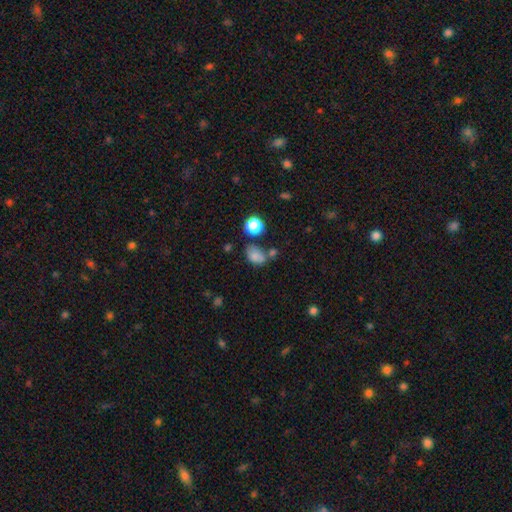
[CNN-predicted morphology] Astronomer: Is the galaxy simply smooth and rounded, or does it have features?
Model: smooth — 75%.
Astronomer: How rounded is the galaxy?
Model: in between — 73%.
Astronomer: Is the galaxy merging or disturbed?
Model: none — 44% (runner-up: merger, 23%).